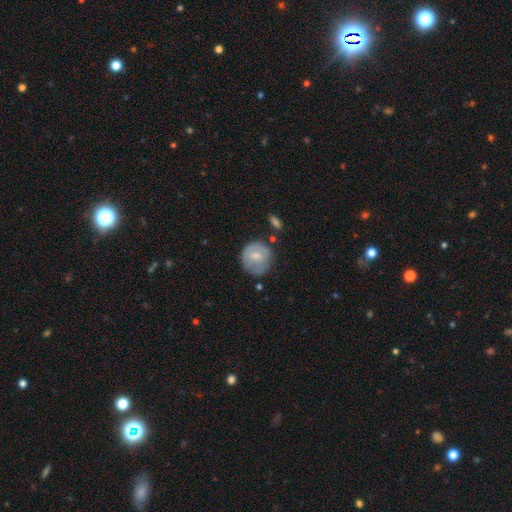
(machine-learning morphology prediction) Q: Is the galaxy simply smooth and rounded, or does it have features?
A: smooth — 58%.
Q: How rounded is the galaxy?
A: round — 88%.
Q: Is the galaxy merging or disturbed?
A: none — 63%.